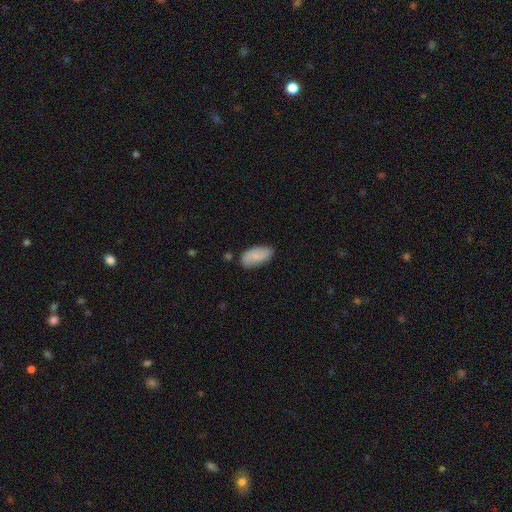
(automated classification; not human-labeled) Q: Smooth or featured?
A: smooth (76%); runner-up: featured or disk (18%)
Q: How rounded?
A: in between (93%); runner-up: cigar-shaped (5%)
Q: Merging?
A: none (73%); runner-up: minor disturbance (20%)